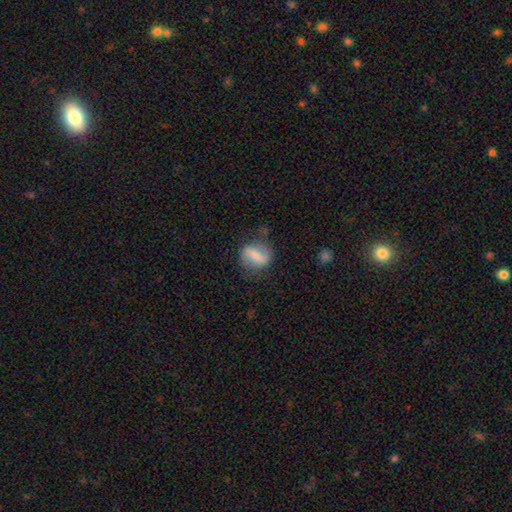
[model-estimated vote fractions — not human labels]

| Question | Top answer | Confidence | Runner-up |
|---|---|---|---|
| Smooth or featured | smooth | 53% | featured or disk (39%) |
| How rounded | in between | 55% | round (39%) |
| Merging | none | 62% | minor disturbance (23%) |